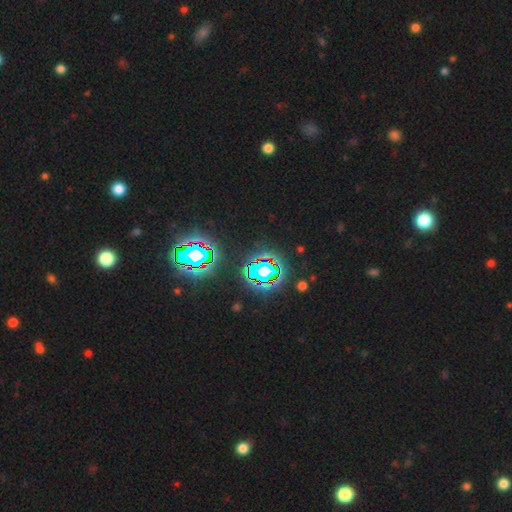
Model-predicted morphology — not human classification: A star or artifact, not a galaxy (81%).